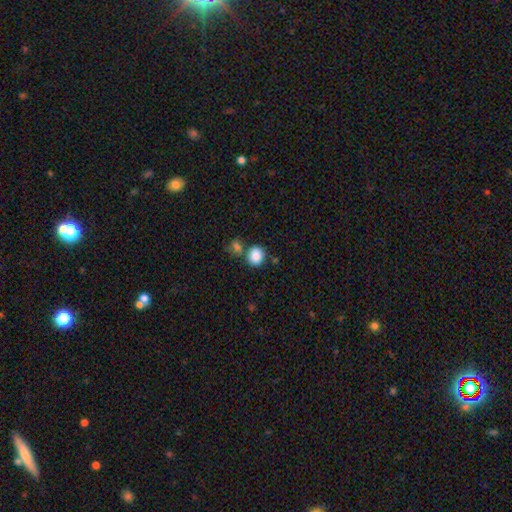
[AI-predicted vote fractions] The model was most divided on "how rounded": round: 70%, in between: 29%, cigar-shaped: 1%. More confident: smooth or featured — smooth (87%); merging — none (64%).